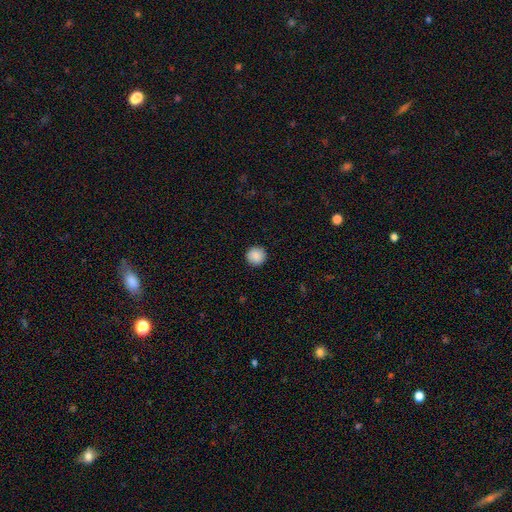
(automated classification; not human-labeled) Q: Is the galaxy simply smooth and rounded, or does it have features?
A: smooth — 89%.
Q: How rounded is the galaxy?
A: round — 95%.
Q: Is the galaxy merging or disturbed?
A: none — 92%.